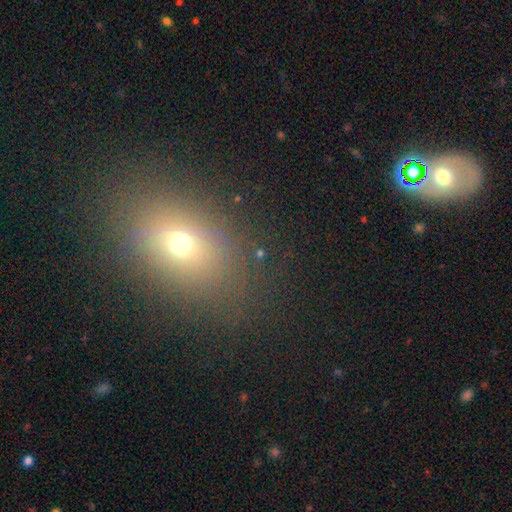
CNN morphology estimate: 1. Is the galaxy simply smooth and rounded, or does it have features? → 60% smooth, 26% star or artifact, 14% featured or disk.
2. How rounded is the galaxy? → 60% in between, 38% round, 3% cigar-shaped.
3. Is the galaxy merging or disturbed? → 81% none, 10% minor disturbance, 6% major disturbance, 3% merger.